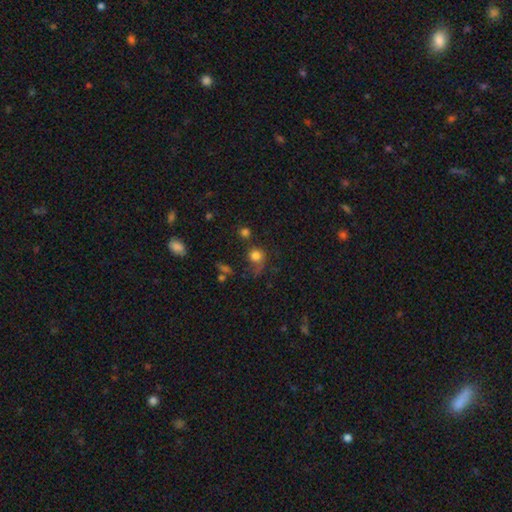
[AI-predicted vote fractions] A smooth galaxy with no disk features (76%) that is round (83%).

Vote fractions:
- Smooth or featured? smooth: 76% / star or artifact: 13% / featured or disk: 11%
- How rounded? round: 83% / in between: 16% / cigar-shaped: 1%
- Merging? none: 45% / major disturbance: 25% / minor disturbance: 20% / merger: 9%